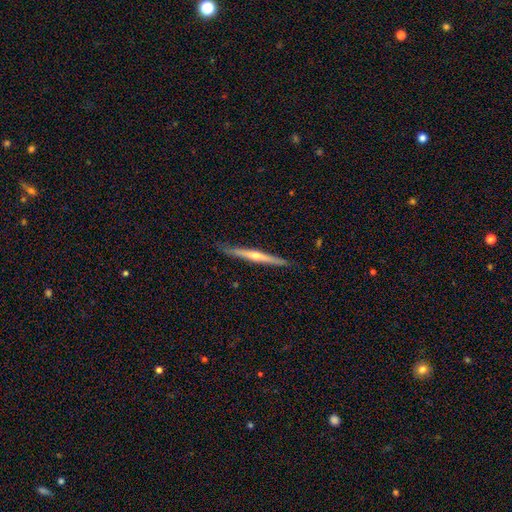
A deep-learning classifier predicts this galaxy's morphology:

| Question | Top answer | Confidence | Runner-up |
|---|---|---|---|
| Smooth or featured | featured or disk | 69% | smooth (26%) |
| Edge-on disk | yes | 97% | no (3%) |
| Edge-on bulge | rounded | 72% | none (24%) |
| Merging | none | 87% | minor disturbance (10%) |